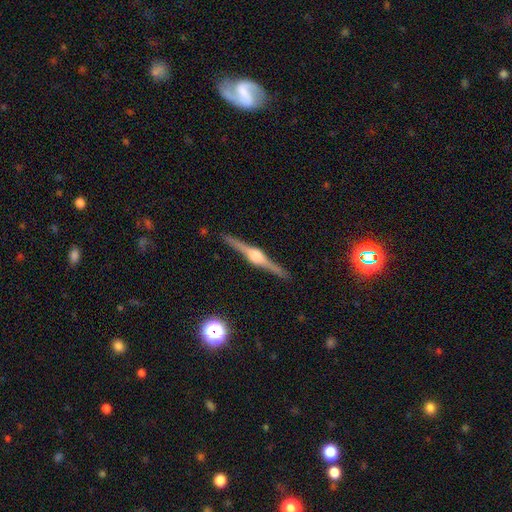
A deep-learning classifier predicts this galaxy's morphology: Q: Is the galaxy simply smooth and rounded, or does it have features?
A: featured or disk — 87%.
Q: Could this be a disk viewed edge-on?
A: yes — 98%.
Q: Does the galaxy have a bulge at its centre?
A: rounded — 90%.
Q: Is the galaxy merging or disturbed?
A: none — 91%.